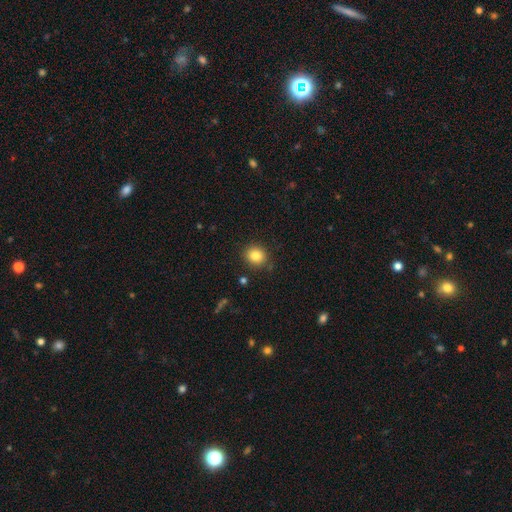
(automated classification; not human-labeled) Smooth or featured?
  - smooth: 83% *
  - star or artifact: 11%
  - featured or disk: 6%
How rounded?
  - round: 81% *
  - in between: 18%
  - cigar-shaped: 1%
Merging?
  - none: 87% *
  - minor disturbance: 8%
  - major disturbance: 2%
  - merger: 2%